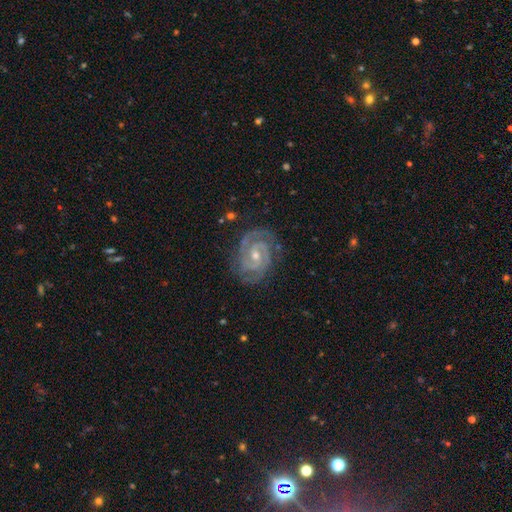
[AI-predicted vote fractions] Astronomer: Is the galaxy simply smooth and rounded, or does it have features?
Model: featured or disk — 92%.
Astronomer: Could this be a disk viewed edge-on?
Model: no — 98%.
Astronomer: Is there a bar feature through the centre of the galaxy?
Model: weak — 44%, tied with no at 44%.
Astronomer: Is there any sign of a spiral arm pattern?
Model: yes — 98%.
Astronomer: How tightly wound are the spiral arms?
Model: tight — 68%.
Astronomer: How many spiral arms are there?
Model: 2 — 70%.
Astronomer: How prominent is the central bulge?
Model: small — 50% (runner-up: moderate, 46%).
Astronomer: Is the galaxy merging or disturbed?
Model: none — 80%.